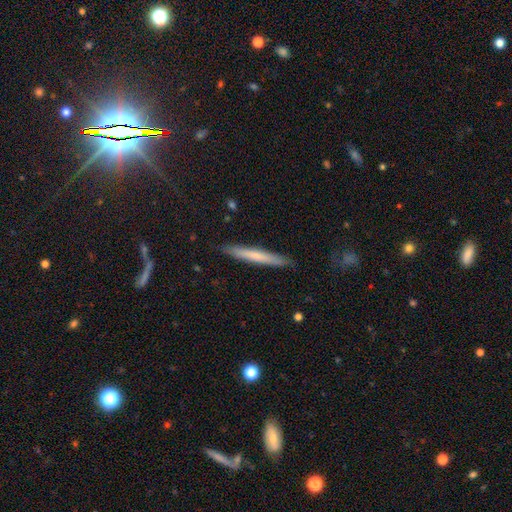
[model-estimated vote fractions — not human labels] The model was most divided on "smooth or featured": smooth: 63%, featured or disk: 31%, star or artifact: 6%. More confident: how rounded — cigar-shaped (96%); merging — none (89%).